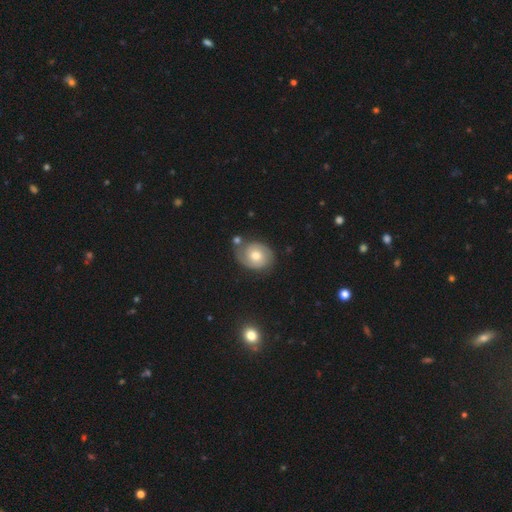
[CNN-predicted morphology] Smooth or featured? Predicted: featured or disk (p=0.69). Edge-on disk? Predicted: no (p=0.98). Bar? Predicted: no (p=0.72). Spiral arms? Predicted: yes (p=0.90). Spiral winding? Predicted: tight (p=0.57). Spiral arm count? Predicted: 2 (p=0.76). Bulge size? Predicted: moderate (p=0.73). Merging? Predicted: none (p=0.68).